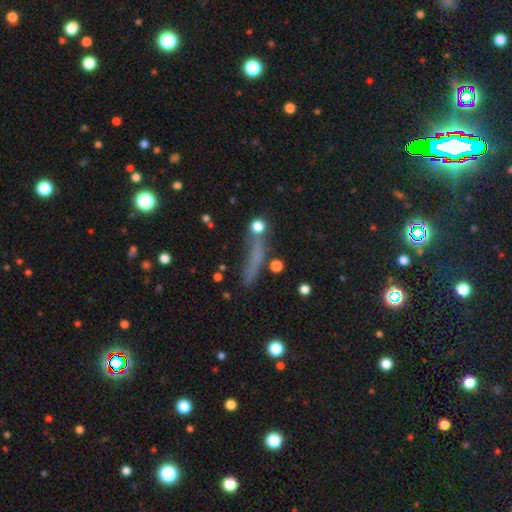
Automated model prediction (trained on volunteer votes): Smooth or featured? Predicted: smooth (p=0.47). Merging? Predicted: none (p=0.66).